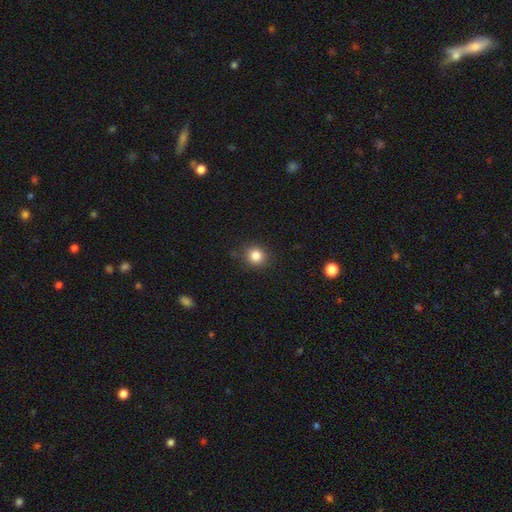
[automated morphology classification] The model was most divided on "smooth or featured": smooth: 84%, star or artifact: 11%, featured or disk: 5%. More confident: how rounded — round (87%); merging — none (87%).